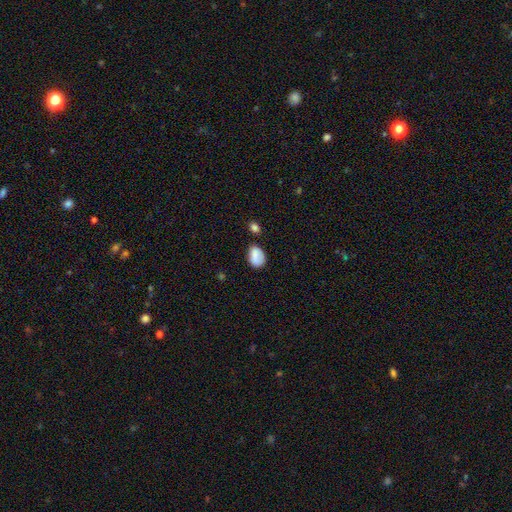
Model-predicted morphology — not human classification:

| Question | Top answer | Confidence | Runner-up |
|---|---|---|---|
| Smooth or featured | smooth | 82% | featured or disk (9%) |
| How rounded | in between | 78% | round (21%) |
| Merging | none | 61% | minor disturbance (22%) |